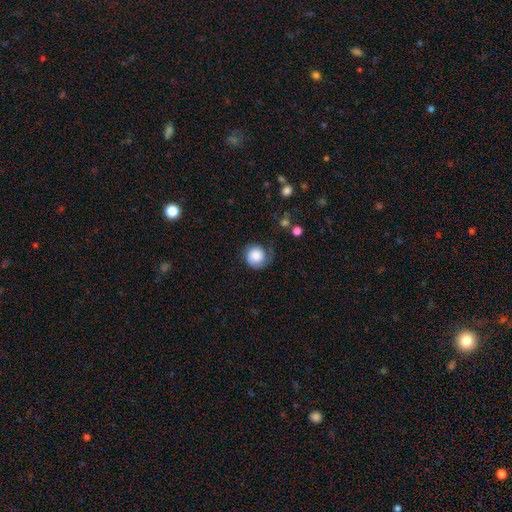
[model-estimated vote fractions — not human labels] This is likely a smooth galaxy (72%). How rounded: clearly round (89%). Merging: possibly none (51%).